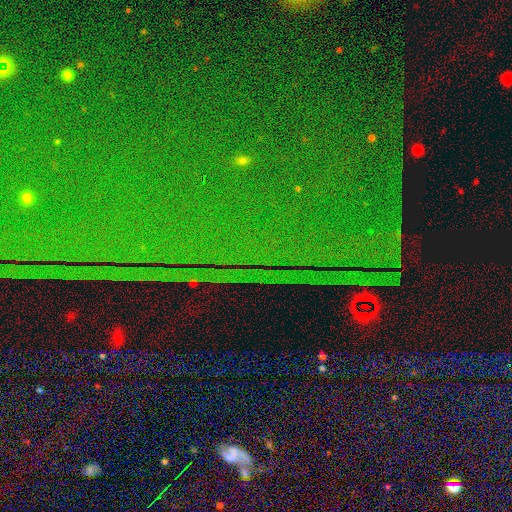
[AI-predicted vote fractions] Overall: star or artifact (86%).